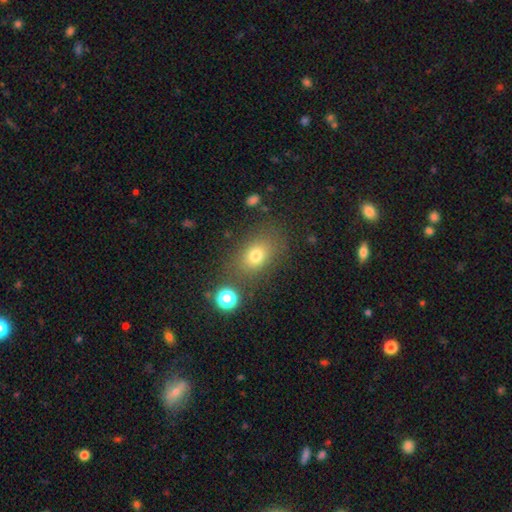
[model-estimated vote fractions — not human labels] A smooth galaxy with no disk features (75%) that is in between round and cigar-shaped (70%).

Vote fractions:
- Smooth or featured? smooth: 75% / star or artifact: 14% / featured or disk: 12%
- How rounded? in between: 70% / round: 28% / cigar-shaped: 2%
- Merging? none: 75% / minor disturbance: 13% / major disturbance: 6% / merger: 6%